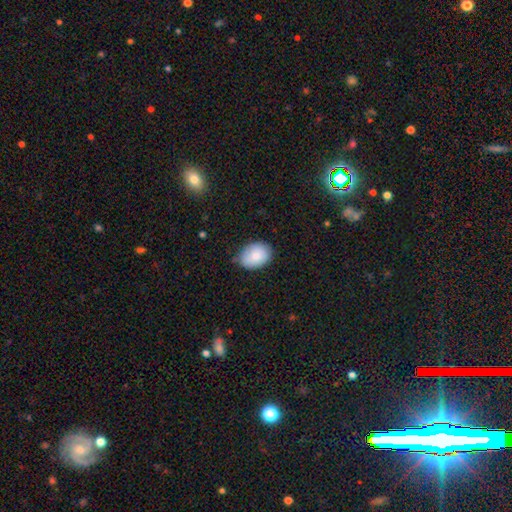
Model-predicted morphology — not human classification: smooth-or-featured: smooth: 80% | featured or disk: 13% | star or artifact: 7%
  how-rounded: in between: 71% | round: 28% | cigar-shaped: 1%
  merging: none: 74% | minor disturbance: 21% | major disturbance: 3% | merger: 1%